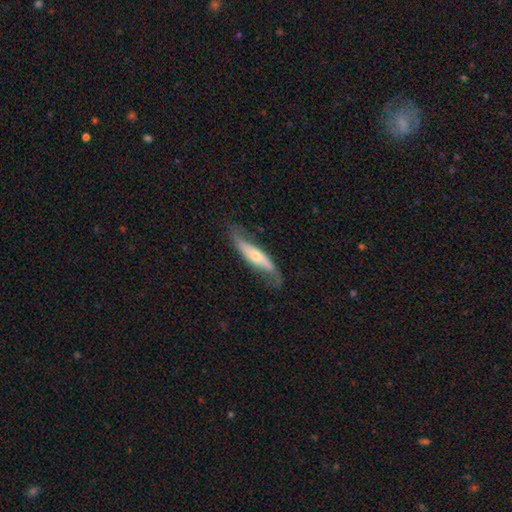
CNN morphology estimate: type=featured or disk (66%); edge-on=no (58%); merging=none (63%).